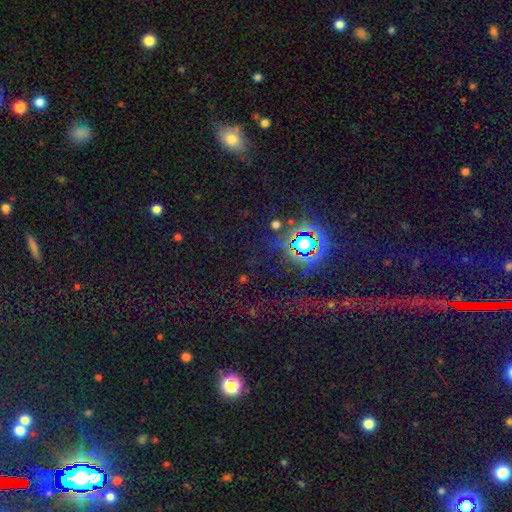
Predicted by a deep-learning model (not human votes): star or artifact 76%, smooth 15%, featured or disk 9%.